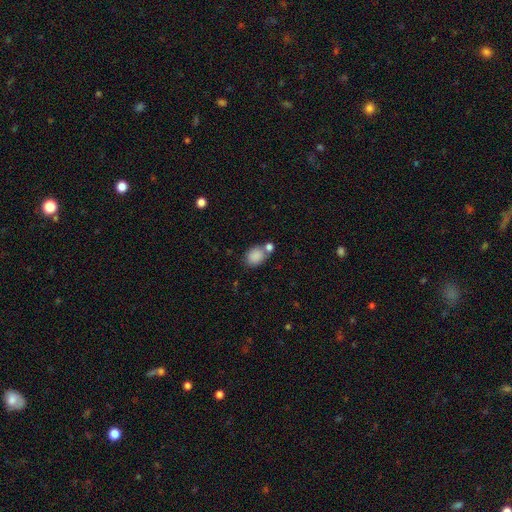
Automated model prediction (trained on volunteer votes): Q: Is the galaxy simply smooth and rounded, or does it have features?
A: smooth — 86%.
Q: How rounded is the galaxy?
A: in between — 53%.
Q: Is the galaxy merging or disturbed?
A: none — 54%.